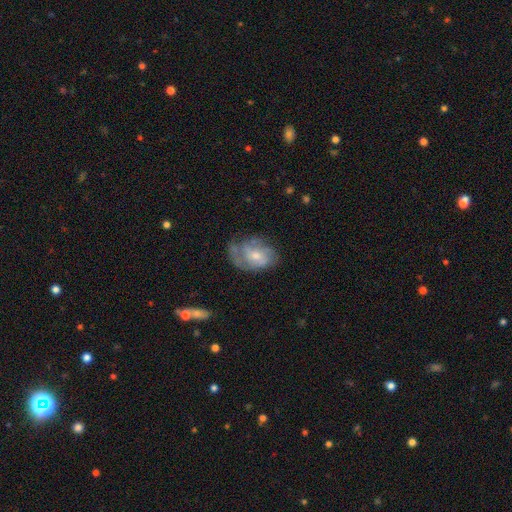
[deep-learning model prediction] smooth_or_featured: featured or disk (p=0.64) [alt: smooth p=0.29]
disk_edge_on: no (p=0.96) [alt: yes p=0.04]
bar: no (p=0.64) [alt: weak p=0.31]
has_spiral_arms: yes (p=0.79) [alt: no p=0.21]
bulge_size: small (p=0.53) [alt: moderate p=0.40]
merging: none (p=0.55) [alt: minor disturbance p=0.27]